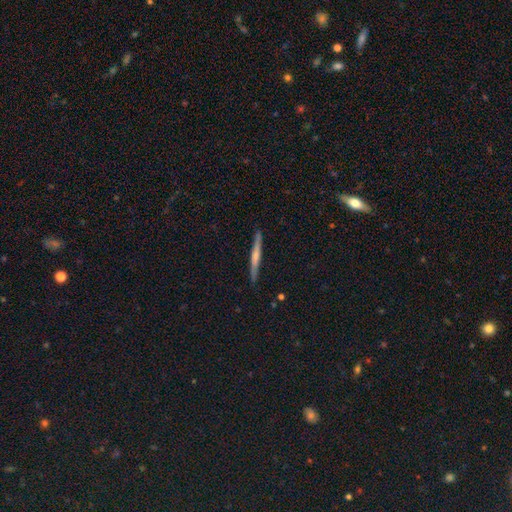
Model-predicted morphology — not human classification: smooth_or_featured: featured or disk (p=0.51) [alt: smooth p=0.44]
disk_edge_on: yes (p=0.97) [alt: no p=0.03]
merging: none (p=0.90) [alt: minor disturbance p=0.07]